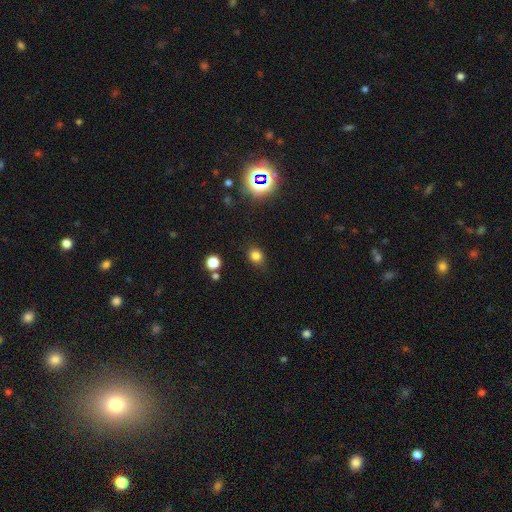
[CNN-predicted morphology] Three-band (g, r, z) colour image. It shows a smooth galaxy with no disk features (79%) that is round (62%). Merging: none (83%).